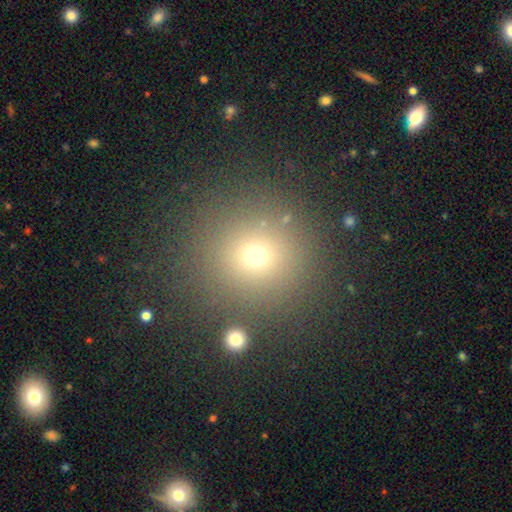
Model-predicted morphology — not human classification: Smooth or featured: smooth — 67% (star or artifact — 25%)
How rounded: round — 94% (in between — 5%)
Merging: none — 87% (minor disturbance — 7%)